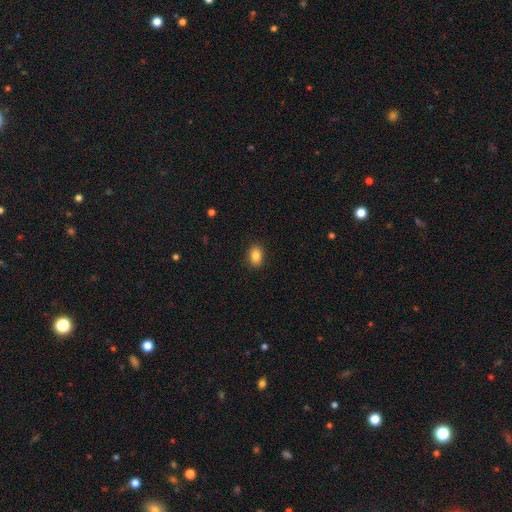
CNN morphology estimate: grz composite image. It shows a smooth galaxy with no disk features (86%) that is in between round and cigar-shaped (80%). Merging: none (89%).